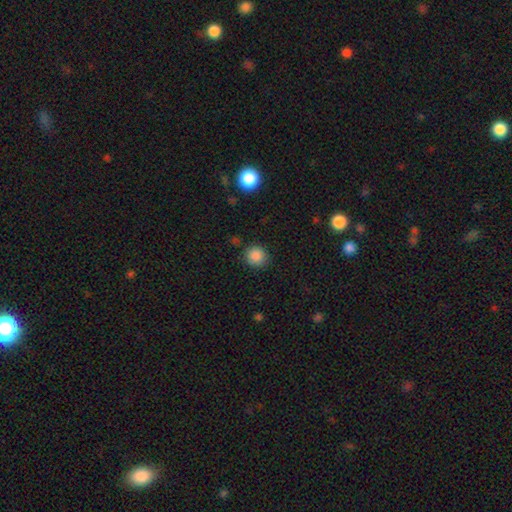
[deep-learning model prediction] This appears to be a smooth galaxy with no disk features (86%) that is round (89%). Merging: none (85%).